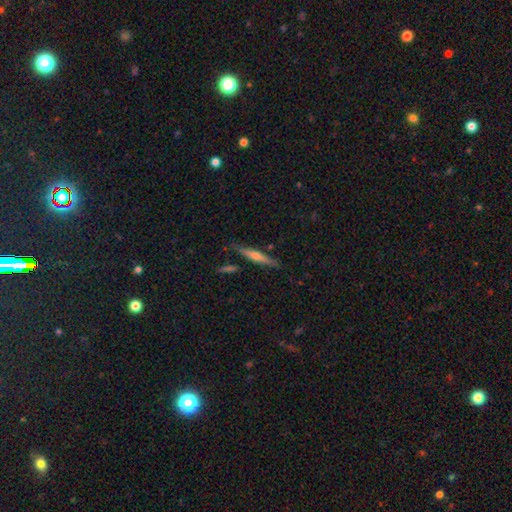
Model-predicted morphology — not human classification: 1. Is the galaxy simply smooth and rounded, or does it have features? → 60% featured or disk, 34% smooth, 7% star or artifact.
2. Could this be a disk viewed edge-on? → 96% yes, 4% no.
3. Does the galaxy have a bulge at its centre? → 73% rounded, 19% none, 8% boxy.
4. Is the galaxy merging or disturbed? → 84% none, 11% minor disturbance, 3% merger, 2% major disturbance.